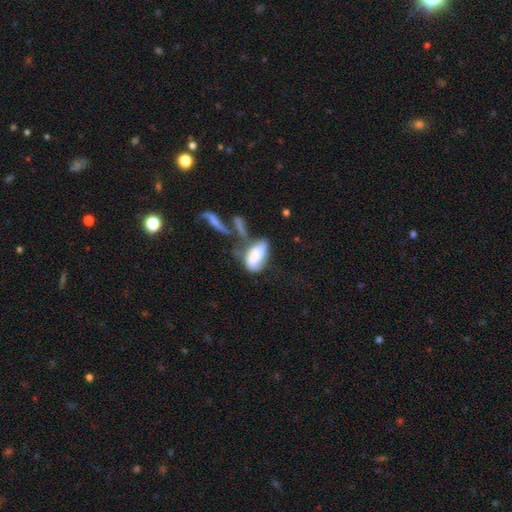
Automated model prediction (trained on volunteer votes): smooth 56%, featured or disk 36%, star or artifact 8%. Down the decision tree: how rounded — in between (91%); merging — merger (33%).